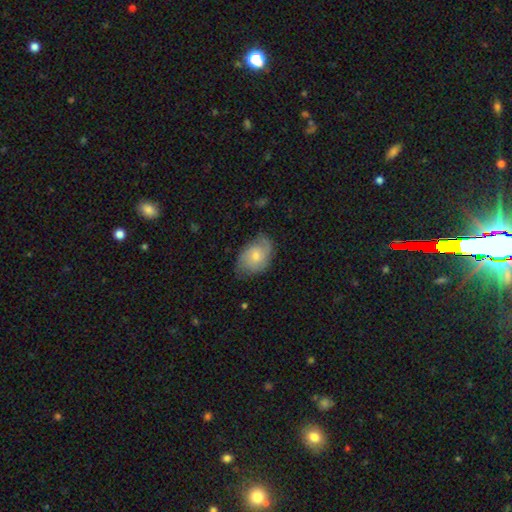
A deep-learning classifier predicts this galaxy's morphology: The model was most divided on "smooth or featured": smooth: 49%, featured or disk: 44%, star or artifact: 7%. More confident: merging — none (67%).